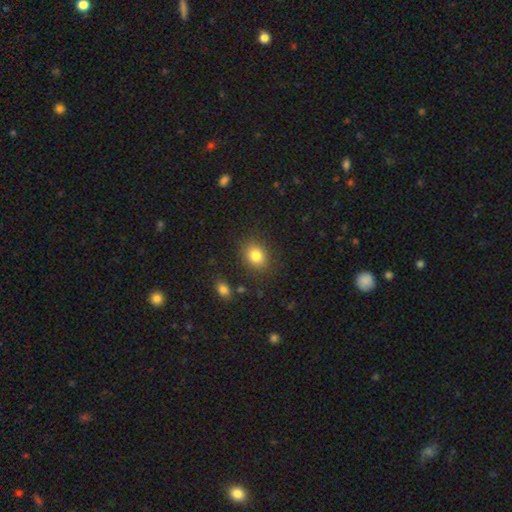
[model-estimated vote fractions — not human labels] A smooth galaxy with no disk features (81%) that is round (51%).

Vote fractions:
- Smooth or featured? smooth: 81% / star or artifact: 10% / featured or disk: 8%
- How rounded? round: 51% / in between: 48% / cigar-shaped: 1%
- Merging? none: 85% / minor disturbance: 10% / major disturbance: 3% / merger: 2%